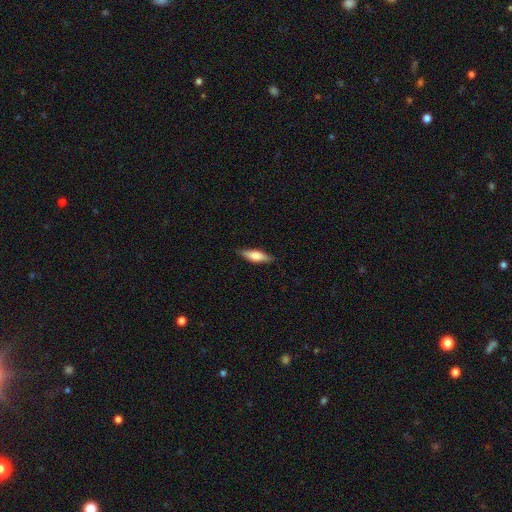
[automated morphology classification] smooth 61%, featured or disk 32%, star or artifact 6%. Down the decision tree: how rounded — cigar-shaped (49%, tied with in between); merging — none (86%).